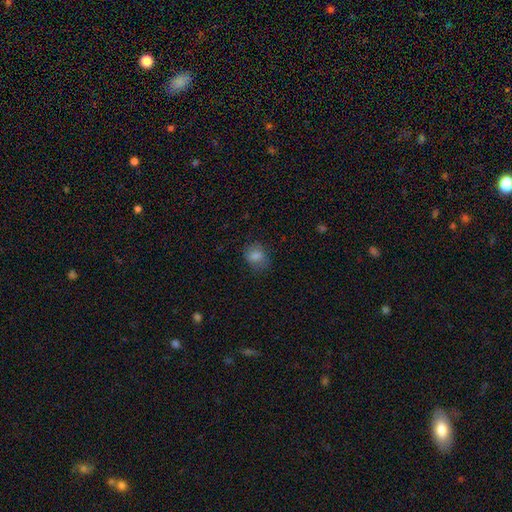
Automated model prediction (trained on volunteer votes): A smooth galaxy with no disk features (81%) that is round (55%).

Vote fractions:
- Smooth or featured? smooth: 81% / star or artifact: 11% / featured or disk: 8%
- How rounded? round: 55% / in between: 44% / cigar-shaped: 1%
- Merging? none: 71% / minor disturbance: 20% / major disturbance: 8% / merger: 1%